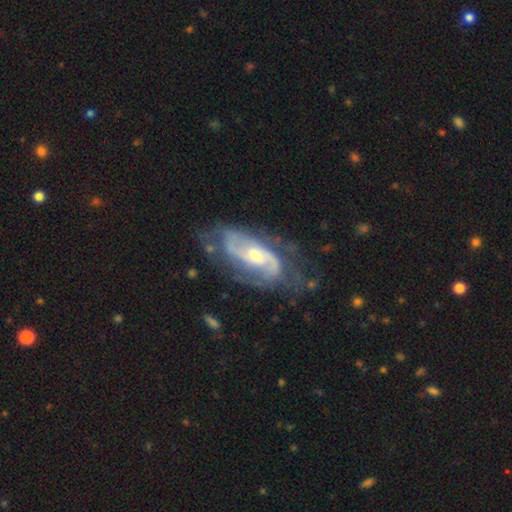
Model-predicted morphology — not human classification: A featured or disk galaxy (86%) with no bar (49%), 2 (68%) medium (46%) spiral arms (95%) and a moderate central bulge (51%).

Vote fractions:
- Smooth or featured? featured or disk: 86% / smooth: 8% / star or artifact: 5%
- Edge-on disk? no: 94% / yes: 6%
- Bar? no: 49% / weak: 38% / strong: 13%
- Spiral arms? yes: 95% / no: 5%
- Spiral winding? medium: 46% / tight: 36% / loose: 19%
- Spiral arm count? 2: 68% / can't tell: 15% / 3: 9% / 1: 3% / 4: 2% / more than 4: 2%
- Bulge size? moderate: 51% / small: 44% / large: 3% / none: 1% / dominant: 1%
- Merging? none: 62% / minor disturbance: 23% / major disturbance: 13% / merger: 3%